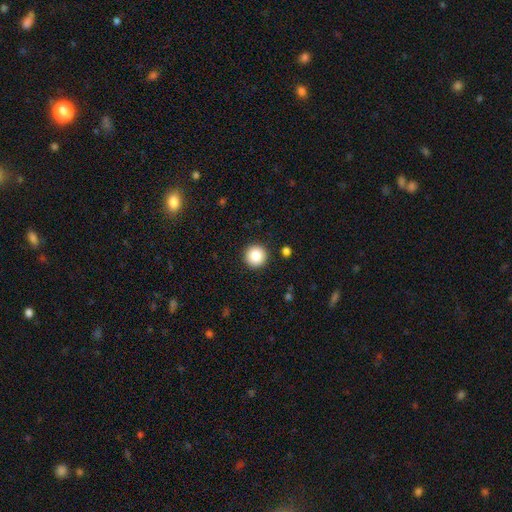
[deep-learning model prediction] Smooth or featured? Predicted: smooth (p=0.86). How rounded? Predicted: round (p=0.96). Merging? Predicted: none (p=0.92).